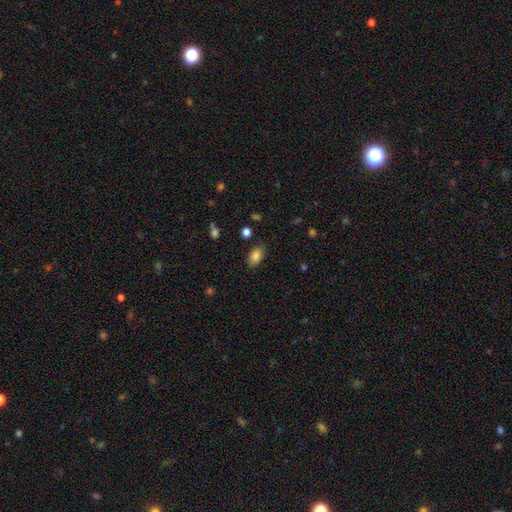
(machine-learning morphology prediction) The model was most divided on "merging": none: 84%, minor disturbance: 12%, major disturbance: 3%, merger: 2%. More confident: how rounded — in between (92%); smooth or featured — smooth (85%).